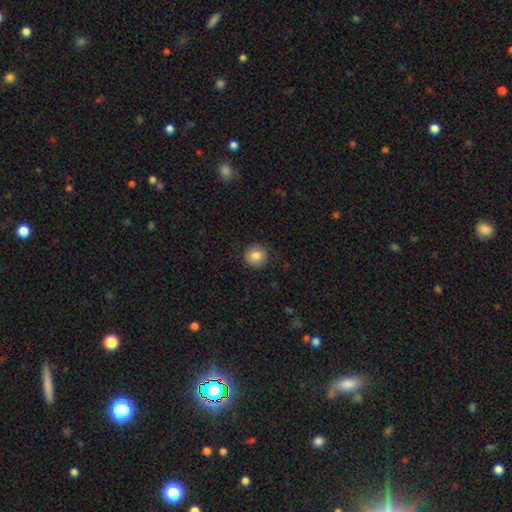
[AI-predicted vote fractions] This is clearly a smooth galaxy (84%). How rounded: clearly round (94%). Merging: clearly none (89%).